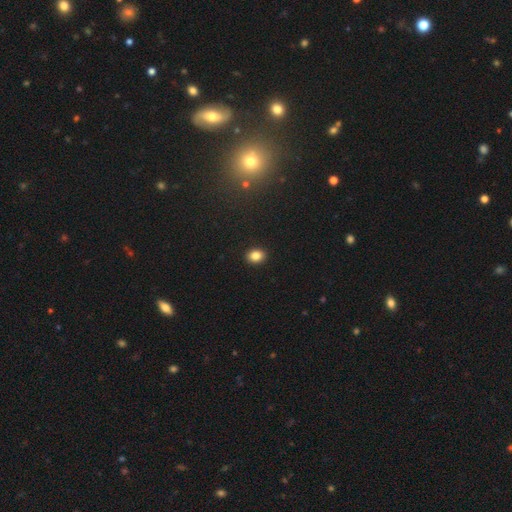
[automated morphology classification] smooth-or-featured: smooth: 84% | star or artifact: 10% | featured or disk: 5%
  how-rounded: in between: 55% | round: 43% | cigar-shaped: 1%
  merging: none: 92% | minor disturbance: 6% | major disturbance: 2% | merger: 1%